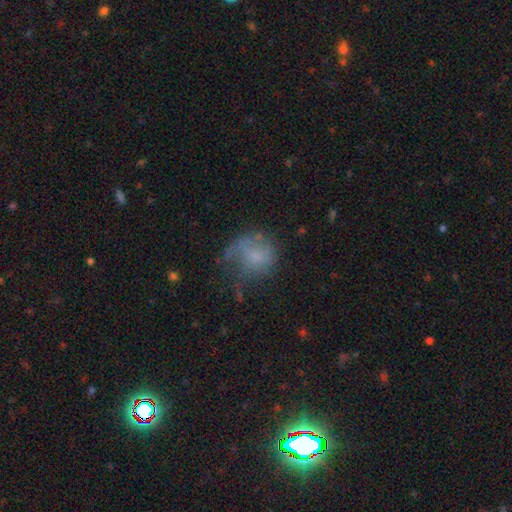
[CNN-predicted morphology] A smooth galaxy with no disk features (57%) that is round (68%).

Vote fractions:
- Smooth or featured? smooth: 57% / featured or disk: 31% / star or artifact: 12%
- How rounded? round: 68% / in between: 30% / cigar-shaped: 1%
- Merging? major disturbance: 36% / none: 33% / minor disturbance: 27% / merger: 3%